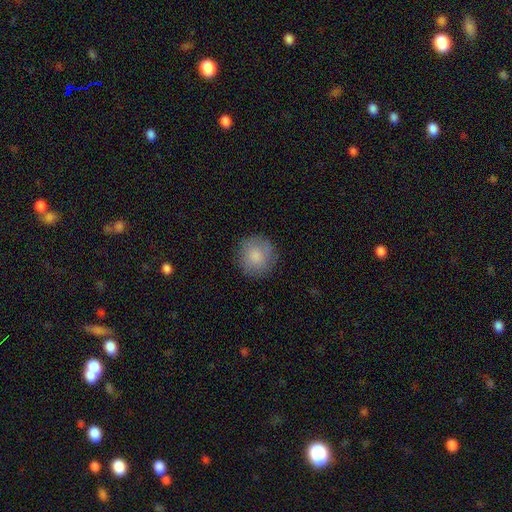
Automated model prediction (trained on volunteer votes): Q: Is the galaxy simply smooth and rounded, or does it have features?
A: smooth — 84%.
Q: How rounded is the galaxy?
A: round — 93%.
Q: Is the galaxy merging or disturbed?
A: none — 86%.